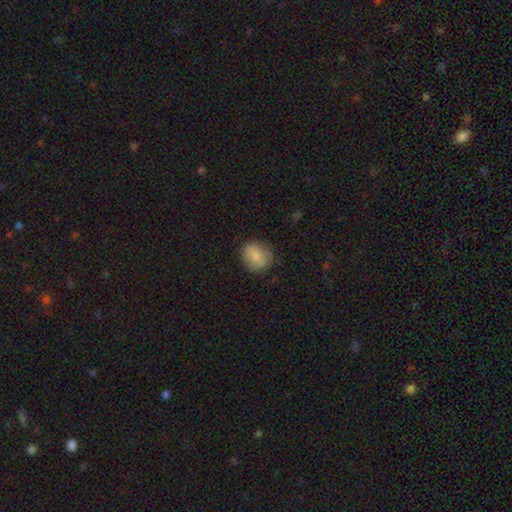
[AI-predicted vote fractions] Smooth or featured: smooth — 80% (featured or disk — 12%)
How rounded: round — 78% (in between — 21%)
Merging: none — 80% (minor disturbance — 15%)